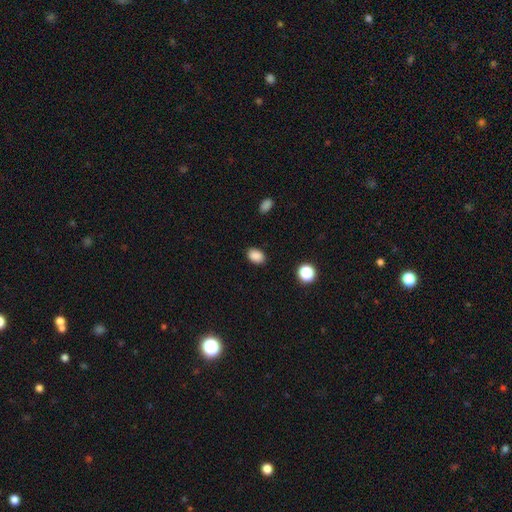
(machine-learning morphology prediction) smooth_or_featured: smooth (p=0.87) [alt: star or artifact p=0.10]
how_rounded: in between (p=0.77) [alt: round p=0.22]
merging: none (p=0.87) [alt: minor disturbance p=0.09]